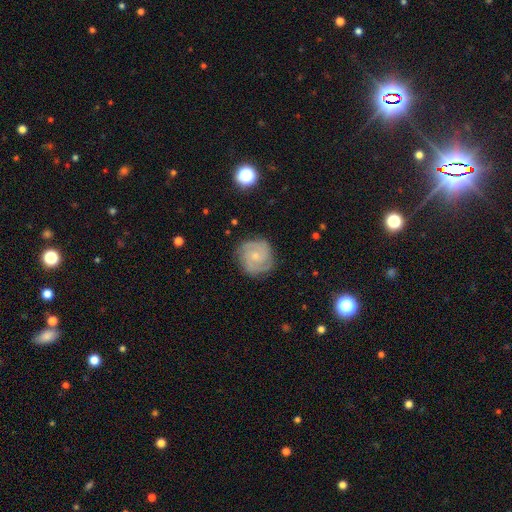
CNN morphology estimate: This appears to be a featured or disk galaxy (78%) with no bar (73%), 2 (42%) tight (63%) spiral arms (95%) and a small central bulge (72%). Merging: none (80%).